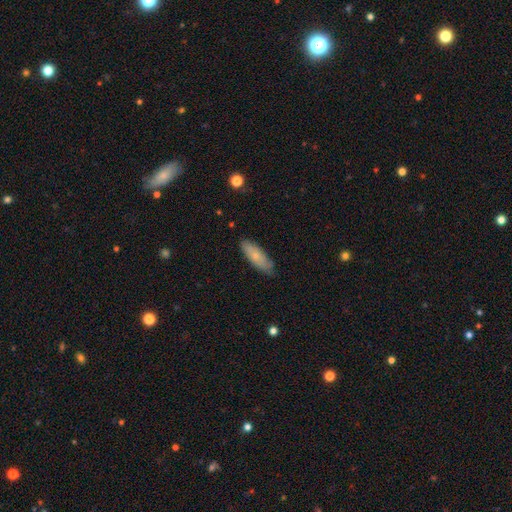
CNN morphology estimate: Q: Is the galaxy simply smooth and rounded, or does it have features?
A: smooth — 70%.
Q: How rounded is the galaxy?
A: in between — 59%.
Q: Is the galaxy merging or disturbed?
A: none — 78%.